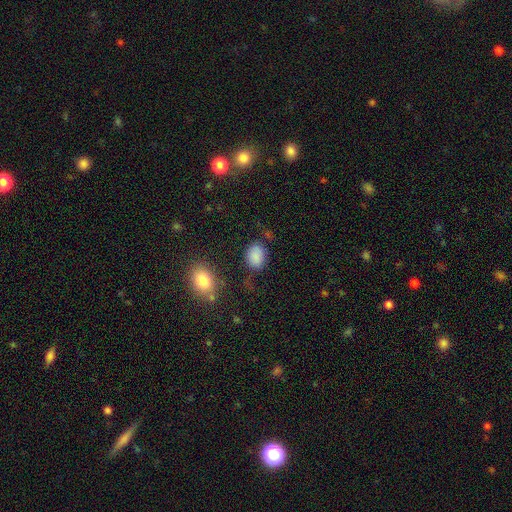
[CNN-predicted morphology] This appears to be a smooth galaxy with no disk features (86%) that is in between round and cigar-shaped (71%). Merging: none (71%).